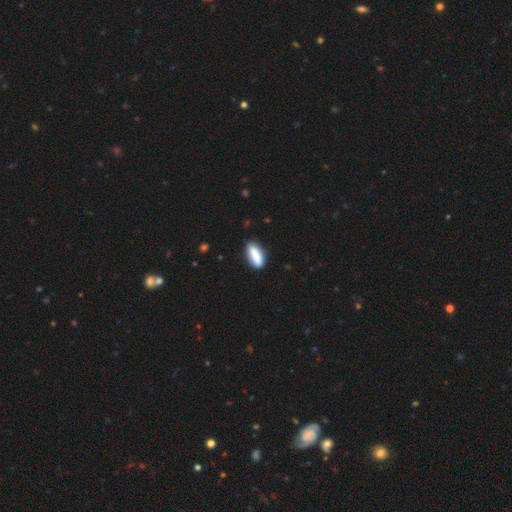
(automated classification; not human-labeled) A smooth galaxy with no disk features (84%) that is in between round and cigar-shaped (68%).

Vote fractions:
- Smooth or featured? smooth: 84% / featured or disk: 9% / star or artifact: 7%
- How rounded? in between: 68% / cigar-shaped: 29% / round: 2%
- Merging? none: 81% / minor disturbance: 13% / major disturbance: 3% / merger: 3%